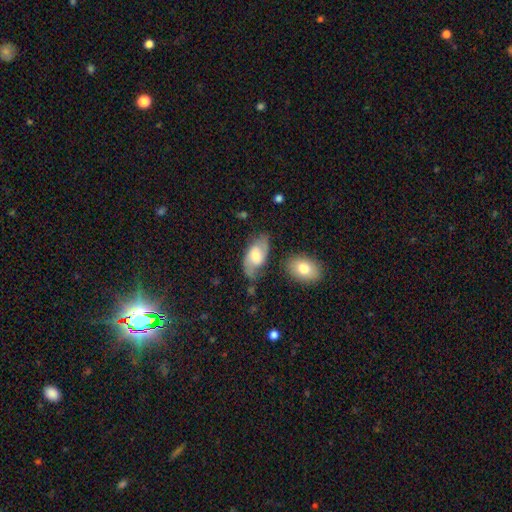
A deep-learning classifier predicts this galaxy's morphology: Smooth or featured? featured or disk (49%)
Merging? none (58%)